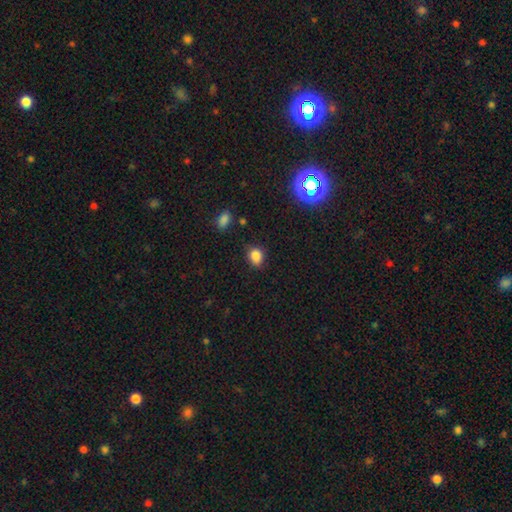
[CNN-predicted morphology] smooth_or_featured: smooth (p=0.84) [alt: star or artifact p=0.12]
how_rounded: in between (p=0.52) [alt: round p=0.47]
merging: none (p=0.75) [alt: minor disturbance p=0.19]